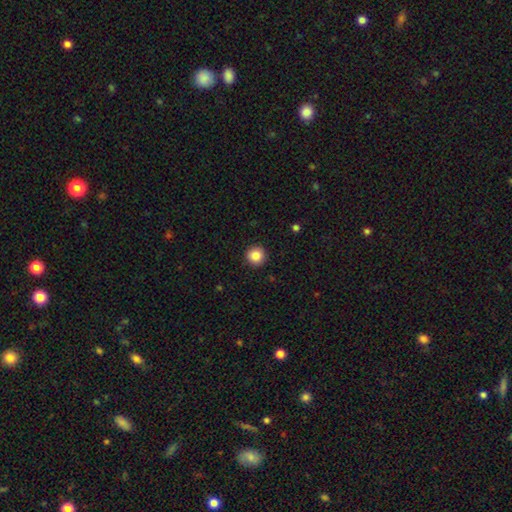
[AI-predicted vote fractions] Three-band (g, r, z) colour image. It shows a smooth galaxy with no disk features (86%) that is round (95%). Merging: none (93%).